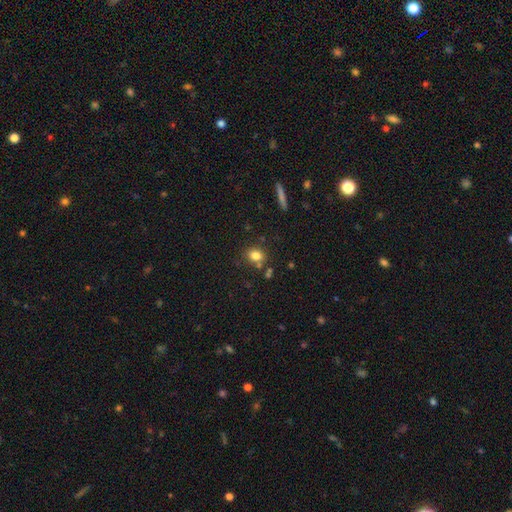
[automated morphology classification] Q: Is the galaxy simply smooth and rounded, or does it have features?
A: smooth — 80%.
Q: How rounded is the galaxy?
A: round — 58%.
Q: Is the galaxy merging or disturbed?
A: none — 74%.